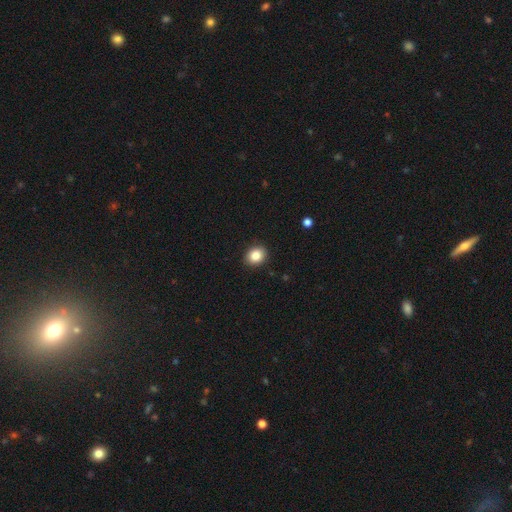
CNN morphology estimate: This appears to be a smooth galaxy with no disk features (86%) that is round (63%). Merging: none (90%).